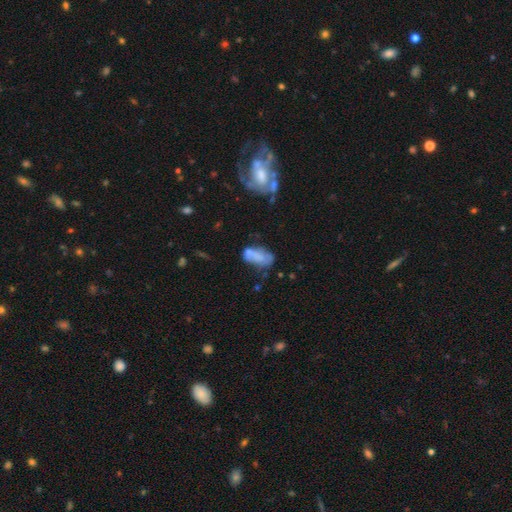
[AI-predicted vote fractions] Smooth or featured? Predicted: smooth (p=0.65). How rounded? Predicted: in between (p=0.88). Merging? Predicted: none (p=0.40).